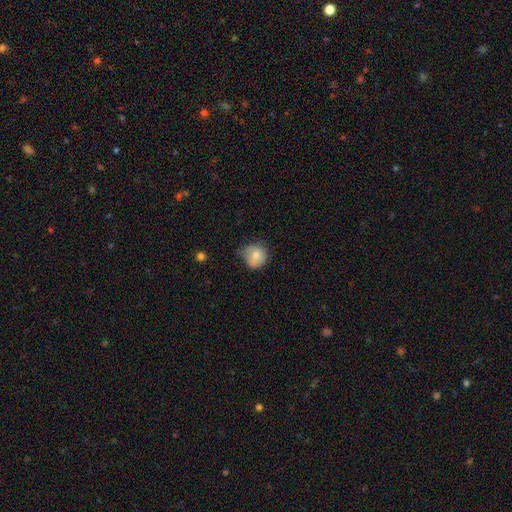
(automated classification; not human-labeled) Smooth or featured: smooth — 77% (featured or disk — 15%)
How rounded: round — 84% (in between — 15%)
Merging: none — 51% (minor disturbance — 37%)